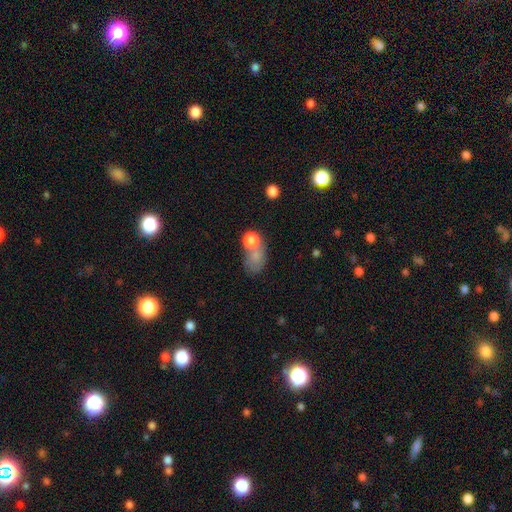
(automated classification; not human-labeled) This is likely a smooth galaxy (72%). How rounded: likely in between (61%). Merging: marginally merger (37%).